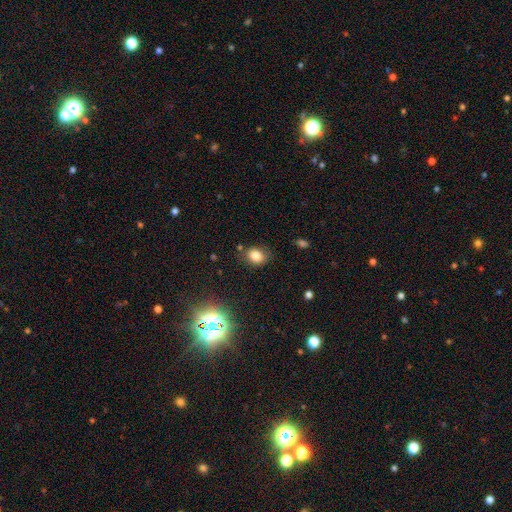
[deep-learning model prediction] smooth_or_featured: smooth (p=0.80) [alt: star or artifact p=0.13]
how_rounded: in between (p=0.52) [alt: round p=0.47]
merging: none (p=0.76) [alt: minor disturbance p=0.16]